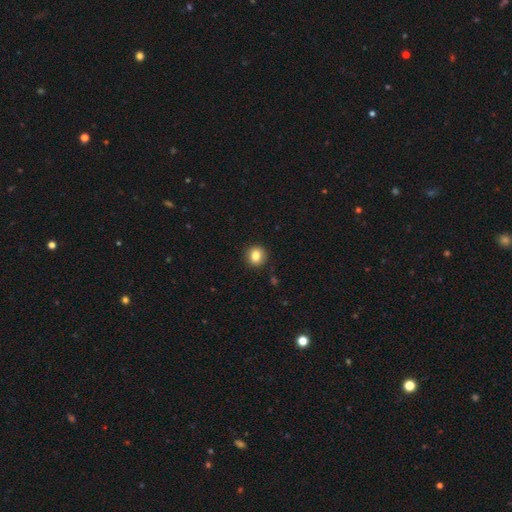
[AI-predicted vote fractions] smooth_or_featured: smooth (p=0.84) [alt: star or artifact p=0.10]
how_rounded: round (p=0.86) [alt: in between p=0.13]
merging: none (p=0.91) [alt: minor disturbance p=0.06]